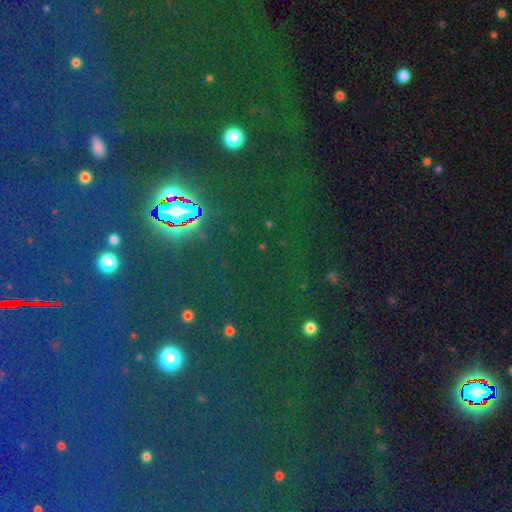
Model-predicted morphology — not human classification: Smooth or featured? Predicted: star or artifact (p=0.81).